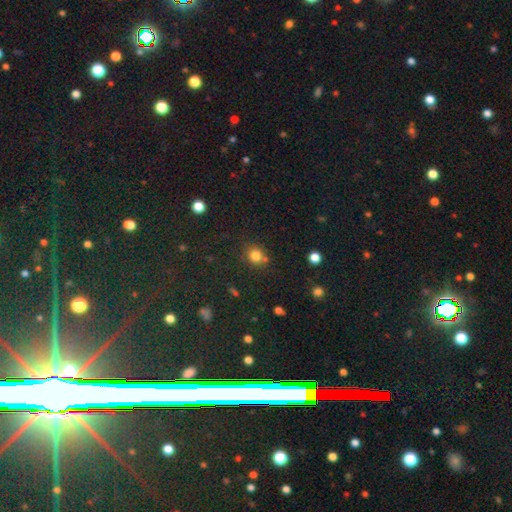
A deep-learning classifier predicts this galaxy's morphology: smooth-or-featured: smooth: 78% | star or artifact: 15% | featured or disk: 7%
  how-rounded: round: 84% | in between: 15% | cigar-shaped: 1%
  merging: none: 66% | merger: 16% | minor disturbance: 13% | major disturbance: 4%